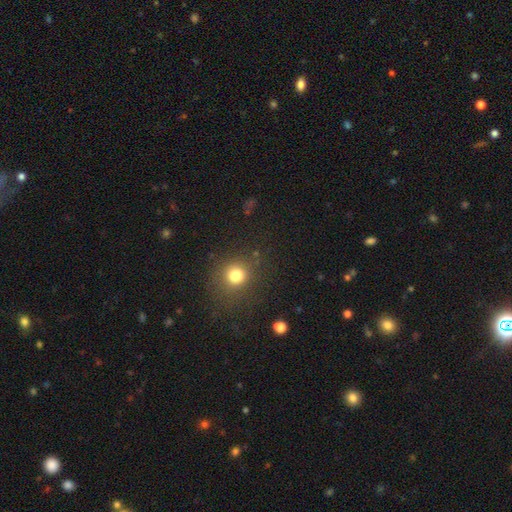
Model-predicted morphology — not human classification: The model was most divided on "smooth or featured": smooth: 64%, star or artifact: 30%, featured or disk: 6%. More confident: how rounded — round (89%); merging — none (87%).